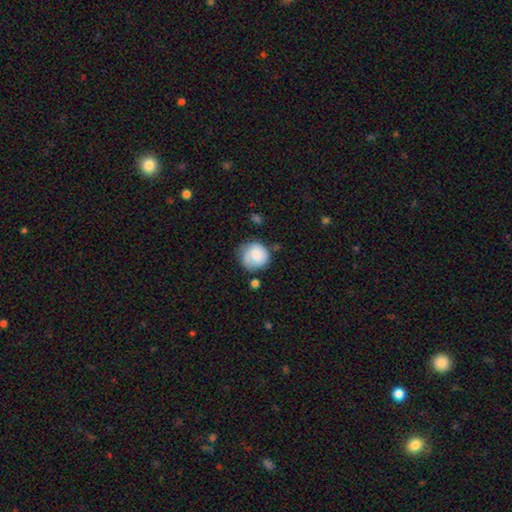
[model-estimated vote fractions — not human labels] smooth 73%, featured or disk 20%, star or artifact 7%. Down the decision tree: how rounded — round (88%); merging — none (60%).